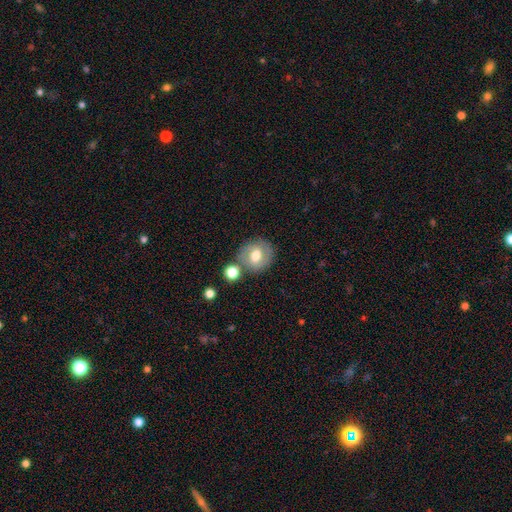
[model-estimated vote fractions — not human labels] Smooth or featured?
  - smooth: 56% *
  - featured or disk: 35%
  - star or artifact: 9%
How rounded?
  - round: 80% *
  - in between: 19%
  - cigar-shaped: 1%
Merging?
  - none: 69% *
  - minor disturbance: 14%
  - merger: 13%
  - major disturbance: 4%